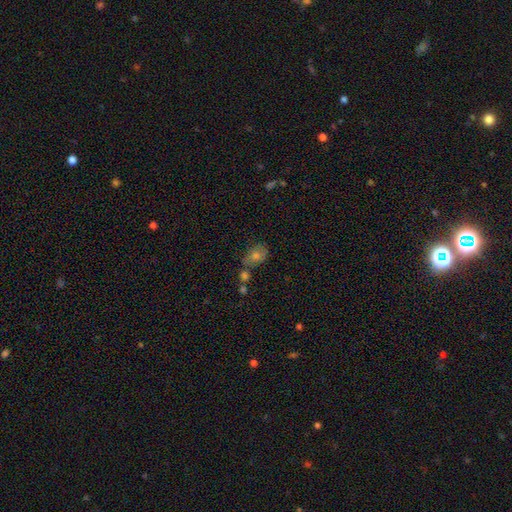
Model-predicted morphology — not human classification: This appears to be a smooth galaxy with no disk features (55%) that is in between round and cigar-shaped (58%). Merging: none (51%).